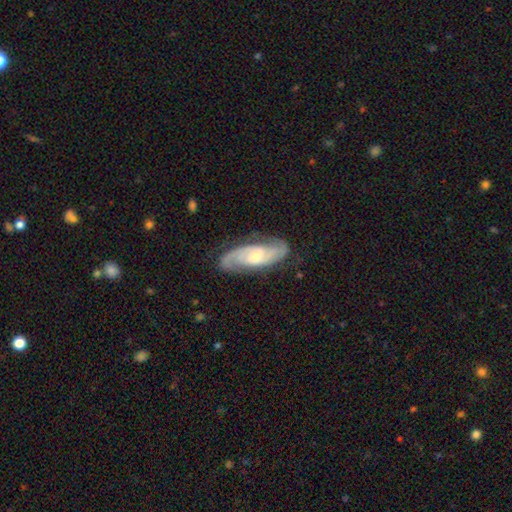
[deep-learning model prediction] Smooth or featured?
  - featured or disk: 85% *
  - smooth: 10%
  - star or artifact: 5%
Edge-on disk?
  - no: 93% *
  - yes: 7%
Bar?
  - weak: 45% *
  - no: 42%
  - strong: 13%
Spiral arms?
  - yes: 97% *
  - no: 3%
Spiral winding?
  - medium: 49% *
  - tight: 37%
  - loose: 14%
Spiral arm count?
  - 2: 87% *
  - can't tell: 6%
  - 3: 3%
  - 1: 2%
  - 4: 1%
  - more than 4: 1%
Bulge size?
  - small: 44% *
  - moderate: 43%
  - none: 6%
  - large: 6%
  - dominant: 1%
Merging?
  - none: 79% *
  - minor disturbance: 15%
  - major disturbance: 5%
  - merger: 1%